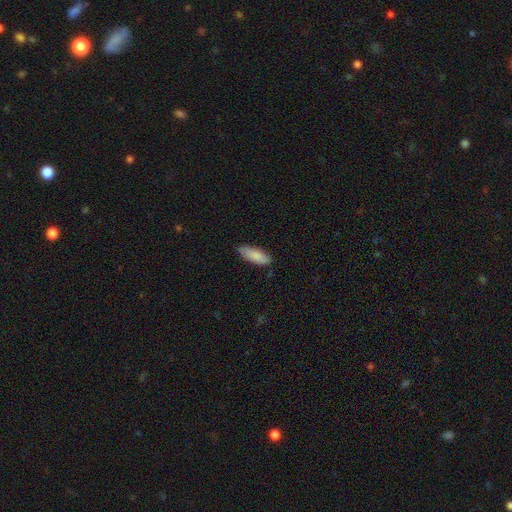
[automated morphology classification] This is clearly a smooth galaxy (86%). How rounded: likely in between (66%). Merging: clearly none (81%).